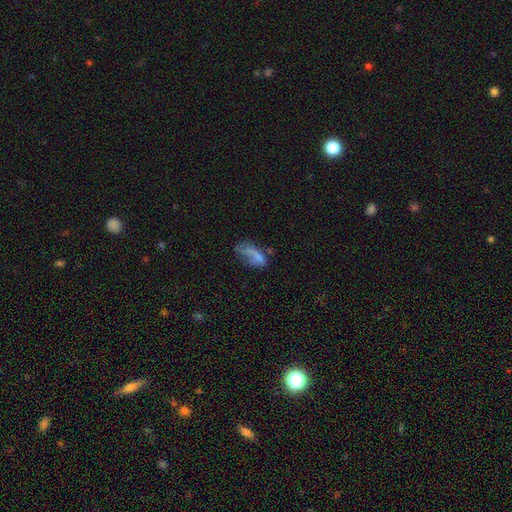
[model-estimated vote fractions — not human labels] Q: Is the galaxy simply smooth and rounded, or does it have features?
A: smooth — 61%.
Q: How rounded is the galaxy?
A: in between — 77%.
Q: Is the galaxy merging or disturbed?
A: major disturbance — 39%.